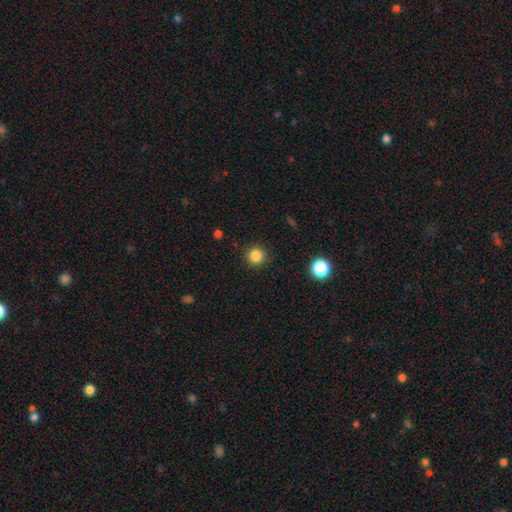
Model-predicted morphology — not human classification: A smooth galaxy with no disk features (85%) that is round (95%). Merging: none (91%).